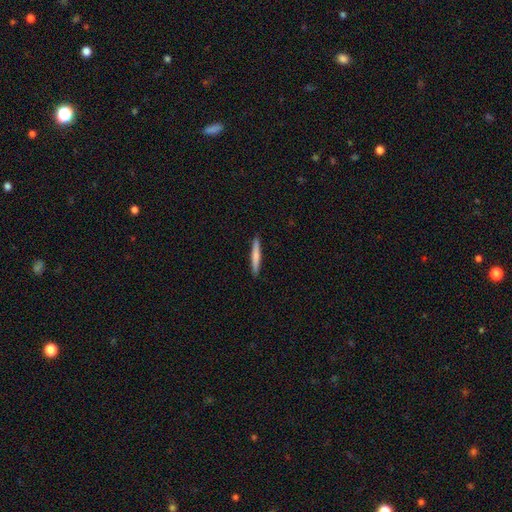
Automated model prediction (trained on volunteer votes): The model was most divided on "smooth or featured": smooth: 72%, featured or disk: 23%, star or artifact: 5%. More confident: how rounded — cigar-shaped (95%); merging — none (92%).